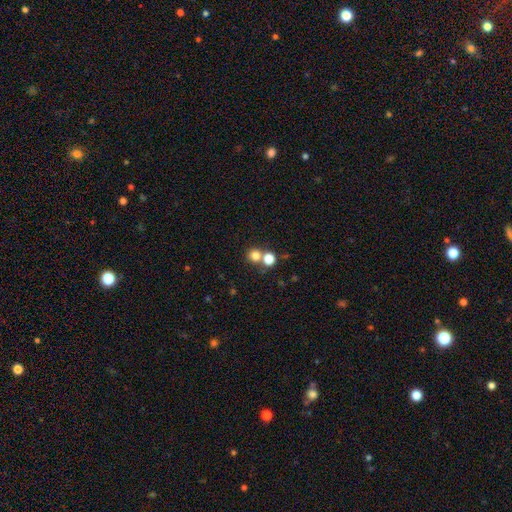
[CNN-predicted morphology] smooth_or_featured: smooth (p=0.77) [alt: star or artifact p=0.15]
how_rounded: round (p=0.88) [alt: in between p=0.11]
merging: none (p=0.55) [alt: merger p=0.36]